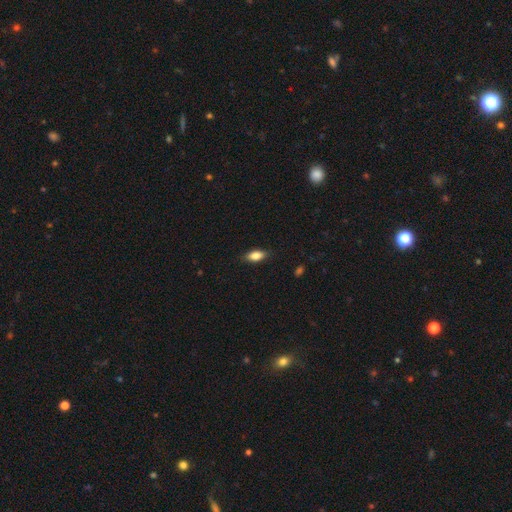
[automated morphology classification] This appears to be a smooth galaxy with no disk features (82%) that is in between round and cigar-shaped (84%). Merging: none (84%).